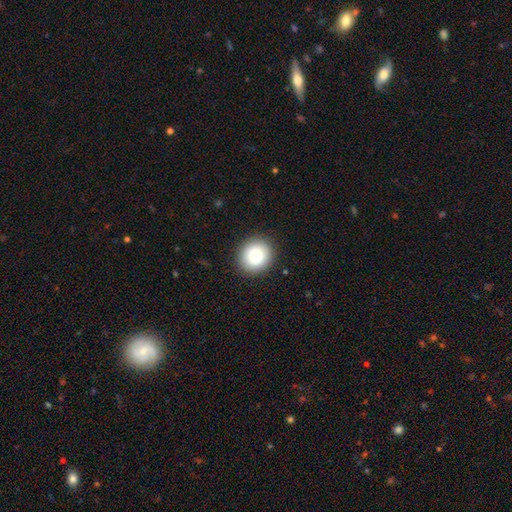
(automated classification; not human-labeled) Q: Smooth or featured?
A: smooth (81%); runner-up: featured or disk (10%)
Q: How rounded?
A: round (79%); runner-up: in between (20%)
Q: Merging?
A: none (90%); runner-up: minor disturbance (7%)